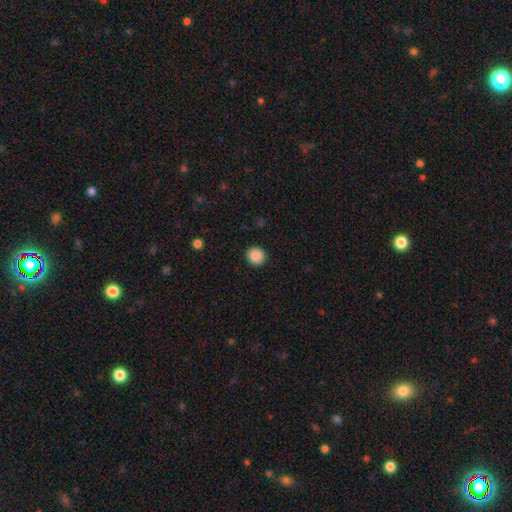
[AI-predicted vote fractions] Smooth or featured? Predicted: smooth (p=0.89). How rounded? Predicted: round (p=0.90). Merging? Predicted: none (p=0.92).